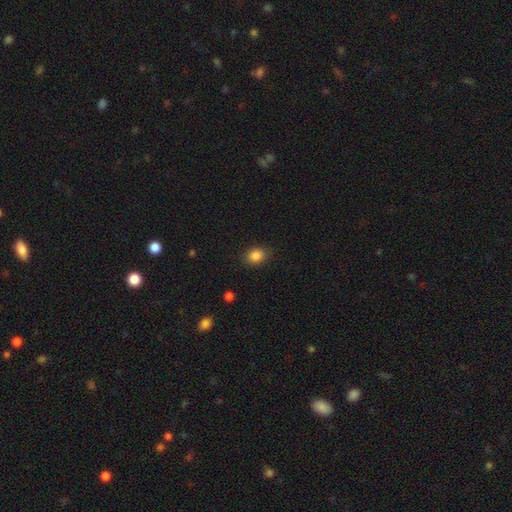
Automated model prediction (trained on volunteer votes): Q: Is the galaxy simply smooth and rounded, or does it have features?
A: smooth — 86%.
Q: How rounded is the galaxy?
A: in between — 54%.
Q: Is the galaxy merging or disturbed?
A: none — 85%.